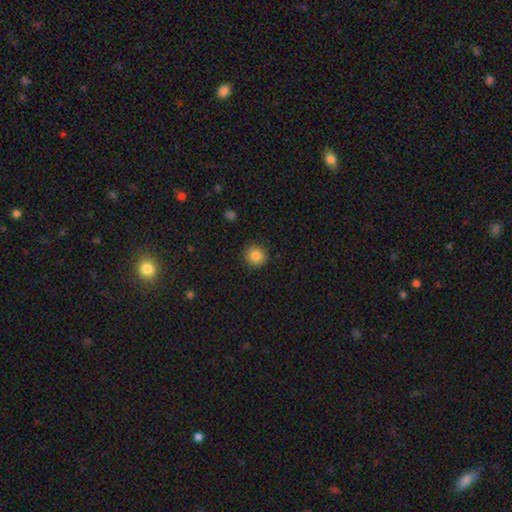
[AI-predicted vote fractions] Smooth or featured? smooth (83%)
How rounded? round (94%)
Merging? none (91%)